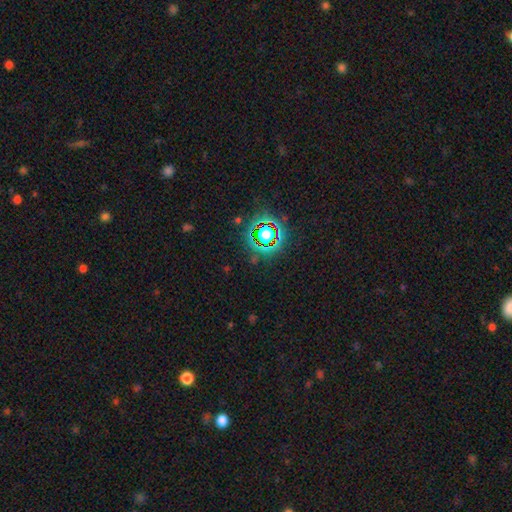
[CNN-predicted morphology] A star or artifact, not a galaxy (79%).